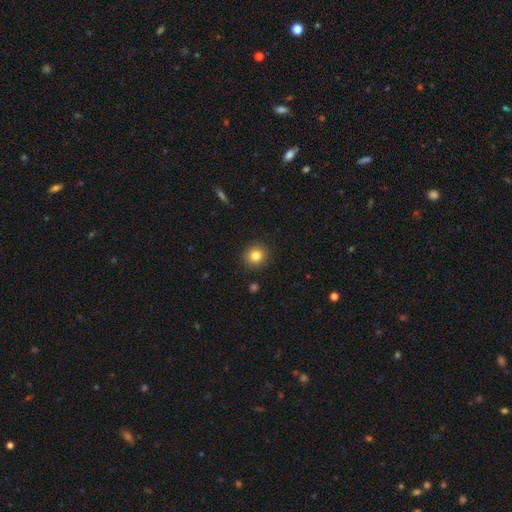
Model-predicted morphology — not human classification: smooth-or-featured: smooth: 81% | star or artifact: 11% | featured or disk: 8%
  how-rounded: round: 90% | in between: 9% | cigar-shaped: 1%
  merging: none: 91% | minor disturbance: 6% | major disturbance: 2% | merger: 1%